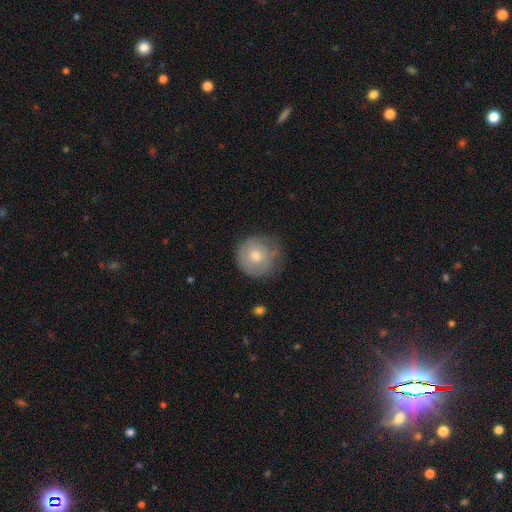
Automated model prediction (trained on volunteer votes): A smooth galaxy with no disk features (62%) that is round (93%). Merging: none (70%).